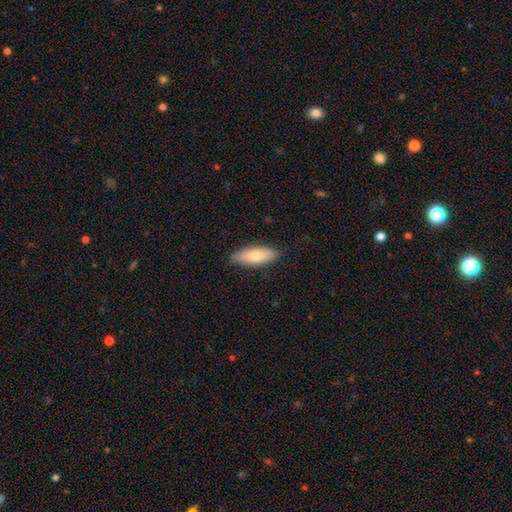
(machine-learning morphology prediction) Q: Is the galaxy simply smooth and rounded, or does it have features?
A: smooth — 78%.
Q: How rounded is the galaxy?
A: in between — 69%.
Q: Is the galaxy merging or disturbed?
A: none — 86%.